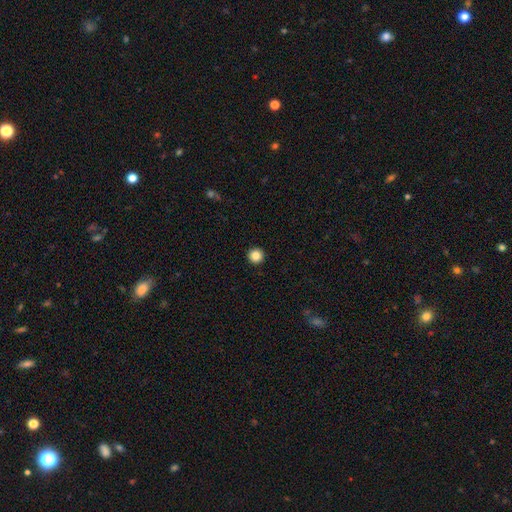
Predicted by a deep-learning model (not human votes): smooth 86%, star or artifact 10%, featured or disk 4%. Down the decision tree: how rounded — round (96%); merging — none (94%).